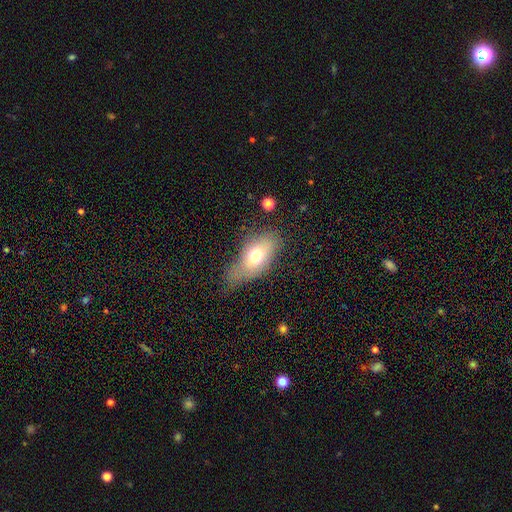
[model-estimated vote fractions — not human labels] This appears to be a smooth galaxy with no disk features (69%) that is in between round and cigar-shaped (88%). Merging: none (42%).